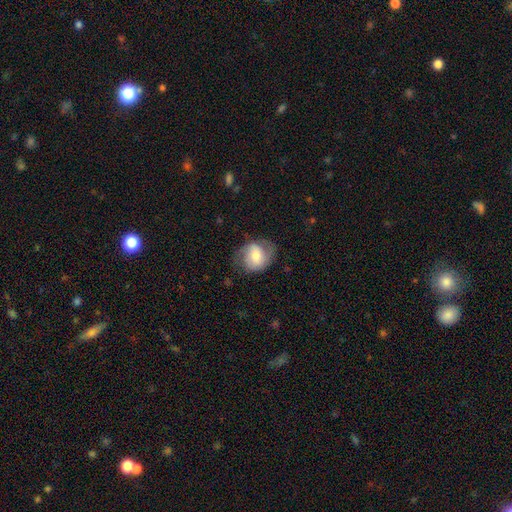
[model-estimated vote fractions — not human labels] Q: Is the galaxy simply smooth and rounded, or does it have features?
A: featured or disk — 50%.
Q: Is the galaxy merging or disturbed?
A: none — 65%.